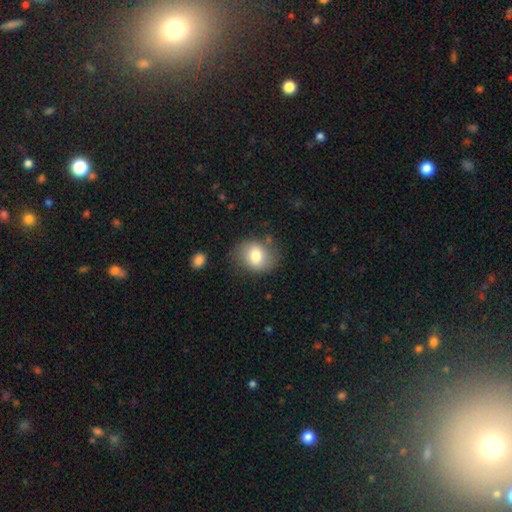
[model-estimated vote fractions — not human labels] Smooth or featured? Predicted: smooth (p=0.77). How rounded? Predicted: round (p=0.55). Merging? Predicted: none (p=0.74).